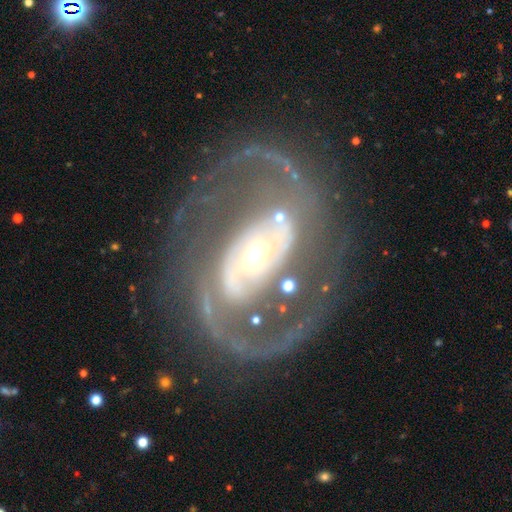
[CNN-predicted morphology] Smooth or featured? featured or disk (90%)
Edge-on disk? no (97%)
Bar? no (37%)
Spiral arms? yes (95%)
Spiral winding? medium (55%)
Spiral arm count? 2 (90%)
Bulge size? moderate (53%)
Merging? none (73%)